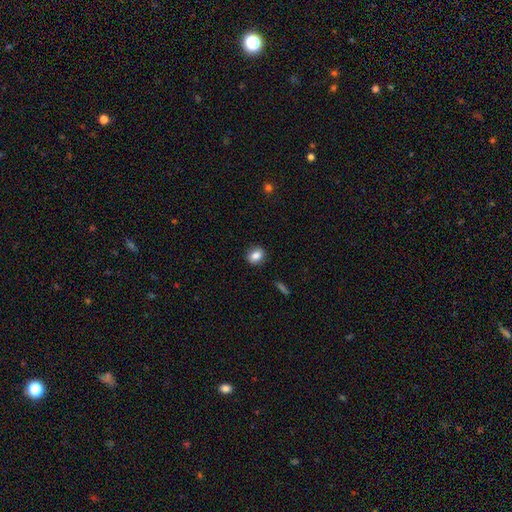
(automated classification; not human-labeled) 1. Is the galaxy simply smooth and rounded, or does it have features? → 83% smooth, 9% star or artifact, 8% featured or disk.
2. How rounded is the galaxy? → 49% in between (tied), 49% round (tied), 2% cigar-shaped.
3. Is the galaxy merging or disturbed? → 88% none, 9% minor disturbance, 2% major disturbance, 1% merger.